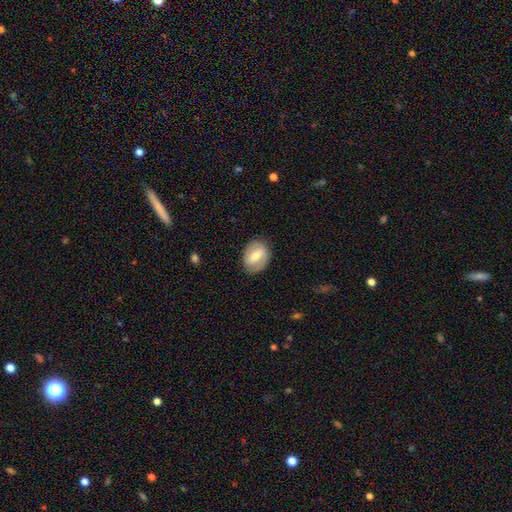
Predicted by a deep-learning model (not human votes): Overall: smooth (50%; featured or disk 43%). How rounded: in between (69%; round 30%). Merging: none (82%).